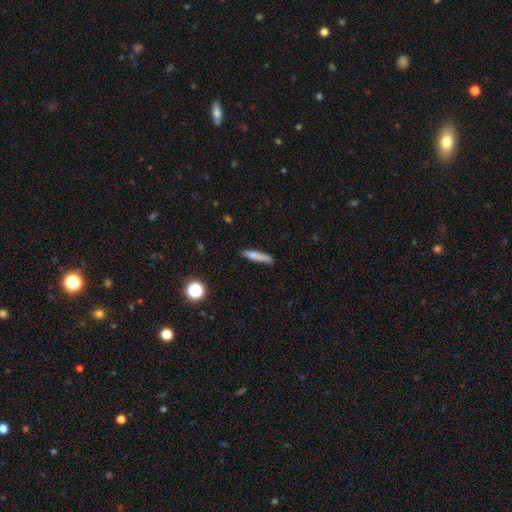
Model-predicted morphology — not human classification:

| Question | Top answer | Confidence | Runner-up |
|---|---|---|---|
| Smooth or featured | smooth | 75% | featured or disk (16%) |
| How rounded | cigar-shaped | 88% | in between (10%) |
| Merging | none | 78% | minor disturbance (16%) |